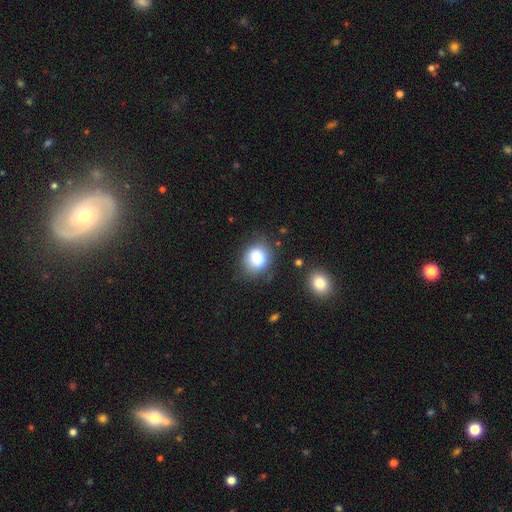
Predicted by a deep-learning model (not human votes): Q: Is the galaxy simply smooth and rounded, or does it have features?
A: smooth — 81%.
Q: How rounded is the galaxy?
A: round — 67%.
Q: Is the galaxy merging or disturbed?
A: none — 78%.